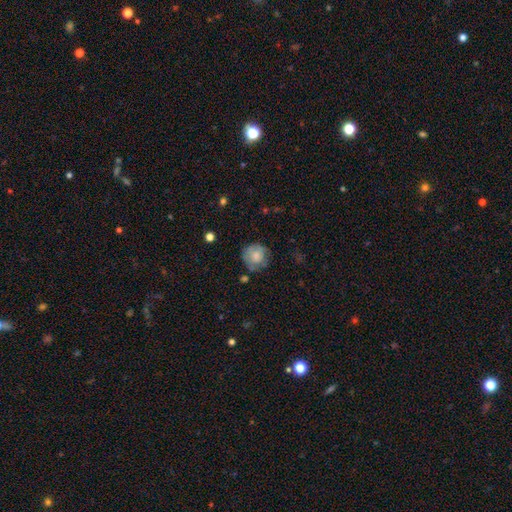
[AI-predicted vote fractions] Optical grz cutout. It shows a smooth galaxy with no disk features (71%) that is round (90%). Merging: none (64%).